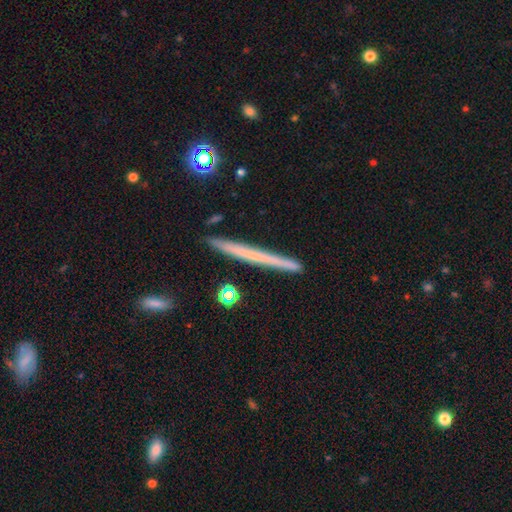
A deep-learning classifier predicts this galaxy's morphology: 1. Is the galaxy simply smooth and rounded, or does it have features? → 47% featured or disk, 46% smooth, 7% star or artifact.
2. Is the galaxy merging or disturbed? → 89% none, 8% minor disturbance, 2% merger, 1% major disturbance.